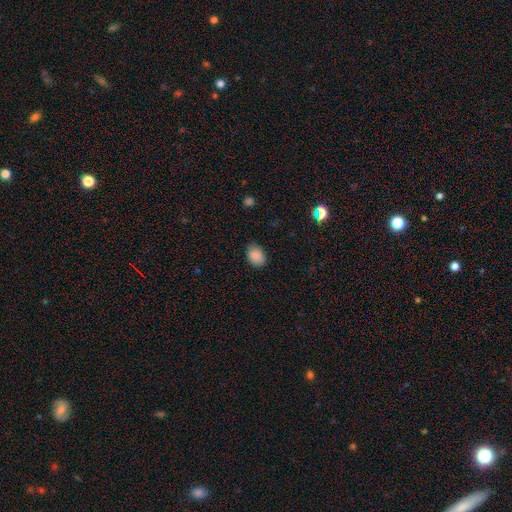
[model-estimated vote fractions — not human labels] Smooth or featured? Predicted: smooth (p=0.87). How rounded? Predicted: in between (p=0.76). Merging? Predicted: none (p=0.79).